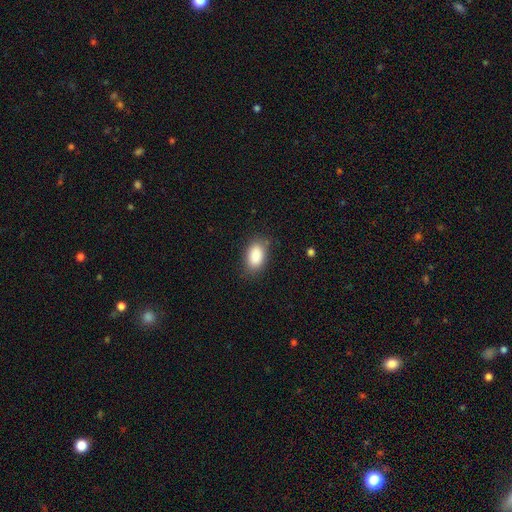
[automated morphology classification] smooth_or_featured: smooth (p=0.88) [alt: star or artifact p=0.07]
how_rounded: in between (p=0.90) [alt: round p=0.08]
merging: none (p=0.78) [alt: minor disturbance p=0.16]